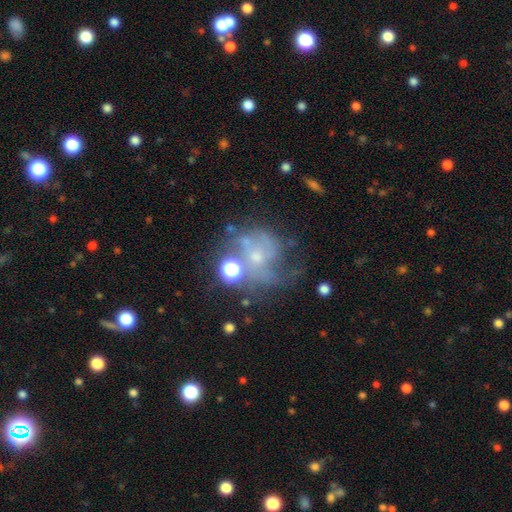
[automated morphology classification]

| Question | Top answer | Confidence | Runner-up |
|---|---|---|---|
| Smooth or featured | featured or disk | 52% | smooth (27%) |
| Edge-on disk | no | 97% | yes (3%) |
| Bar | no | 77% | weak (19%) |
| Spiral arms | yes | 61% | no (39%) |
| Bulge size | small | 49% | moderate (31%) |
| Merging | none | 37% | major disturbance (30%) |